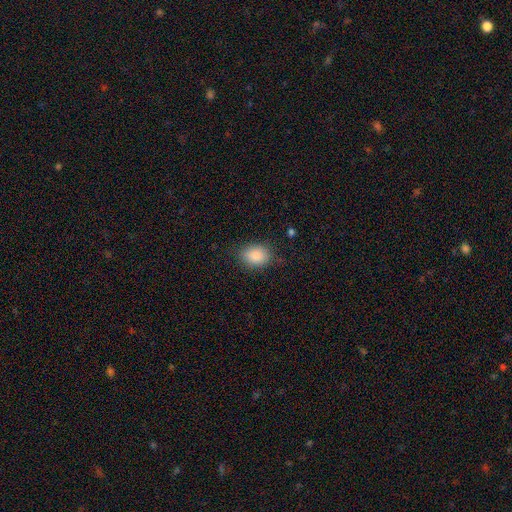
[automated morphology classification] Smooth or featured? Predicted: smooth (p=0.88). How rounded? Predicted: in between (p=0.68). Merging? Predicted: none (p=0.80).